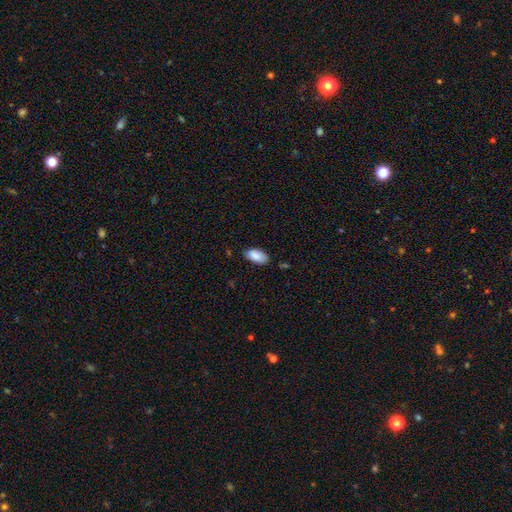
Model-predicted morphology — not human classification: This appears to be a smooth galaxy with no disk features (87%) that is in between round and cigar-shaped (93%). Merging: none (78%).